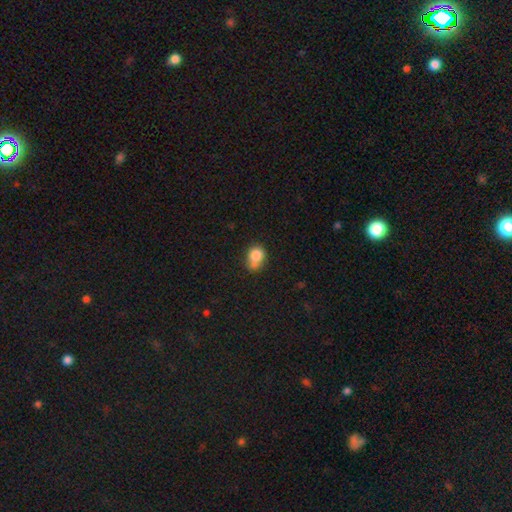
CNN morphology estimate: smooth 80%, featured or disk 10%, star or artifact 10%. Down the decision tree: how rounded — round (62%); merging — none (42%).